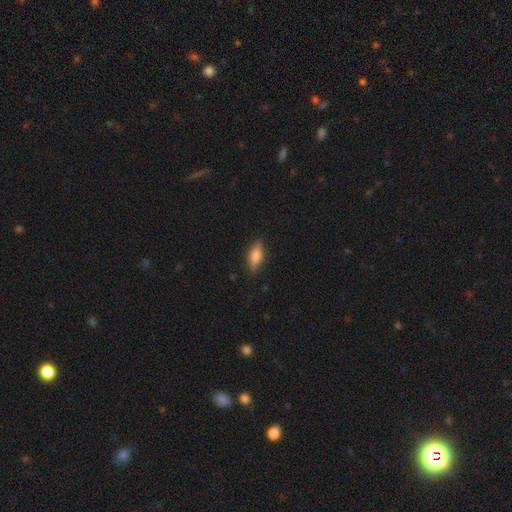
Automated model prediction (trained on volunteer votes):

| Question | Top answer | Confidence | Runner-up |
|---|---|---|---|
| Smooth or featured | smooth | 69% | featured or disk (24%) |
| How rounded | in between | 60% | cigar-shaped (37%) |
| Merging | none | 86% | minor disturbance (11%) |